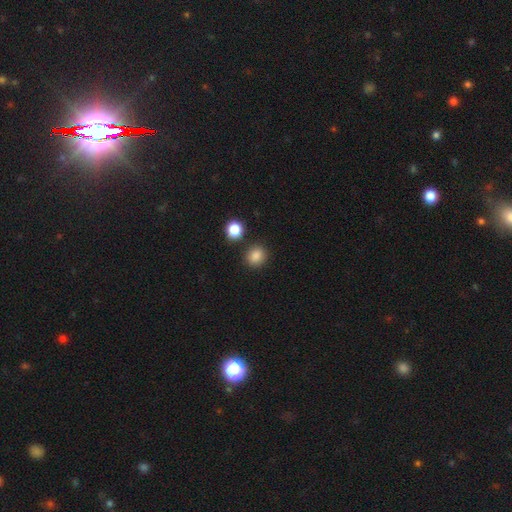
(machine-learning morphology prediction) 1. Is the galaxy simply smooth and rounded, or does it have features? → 85% smooth, 11% star or artifact, 4% featured or disk.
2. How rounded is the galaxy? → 80% round, 19% in between, 1% cigar-shaped.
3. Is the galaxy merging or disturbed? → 84% none, 8% minor disturbance, 5% merger, 3% major disturbance.